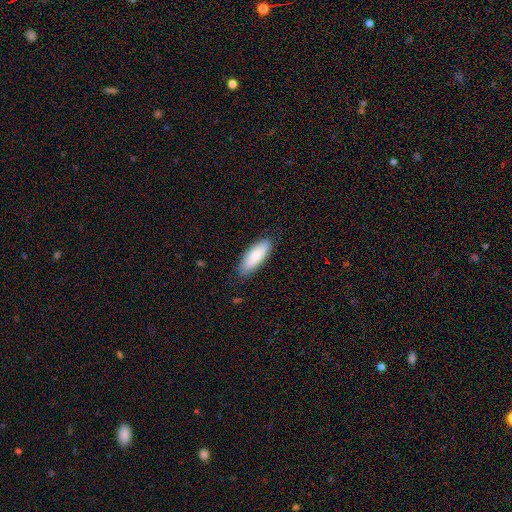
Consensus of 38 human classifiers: Overall: smooth (95%). How rounded: in between (78%). Merging: none (81%).